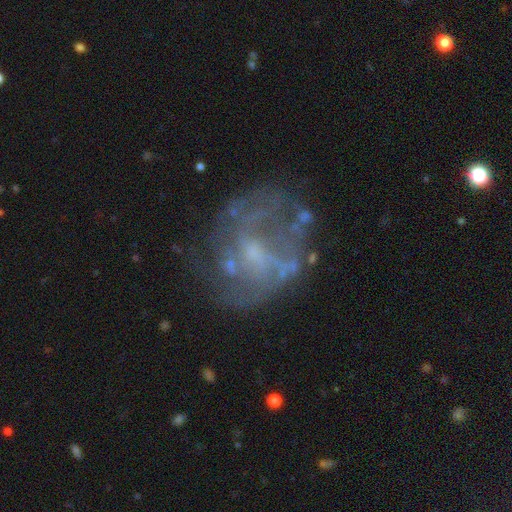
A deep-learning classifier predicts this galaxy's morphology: Smooth or featured? Predicted: featured or disk (p=0.72). Edge-on disk? Predicted: no (p=0.98). Bar? Predicted: no (p=0.58). Spiral arms? Predicted: yes (p=0.54). Bulge size? Predicted: small (p=0.42). Merging? Predicted: none (p=0.53).